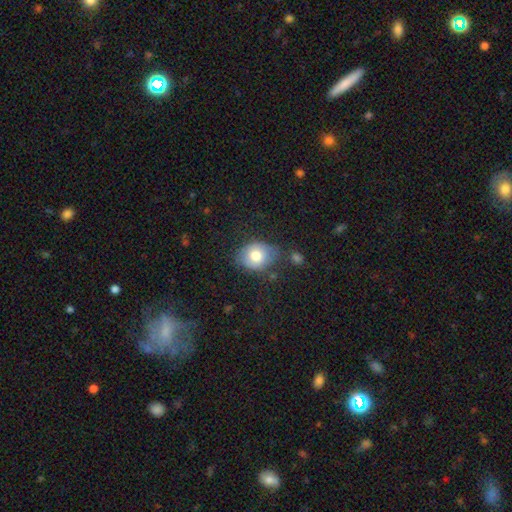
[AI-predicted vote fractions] This is likely a smooth galaxy (75%). How rounded: possibly round (58%). Merging: likely none (68%).